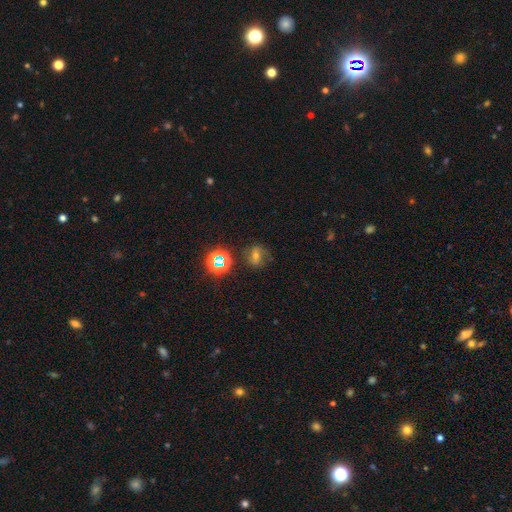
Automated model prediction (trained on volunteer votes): Overall: star or artifact (40%; featured or disk 31%).